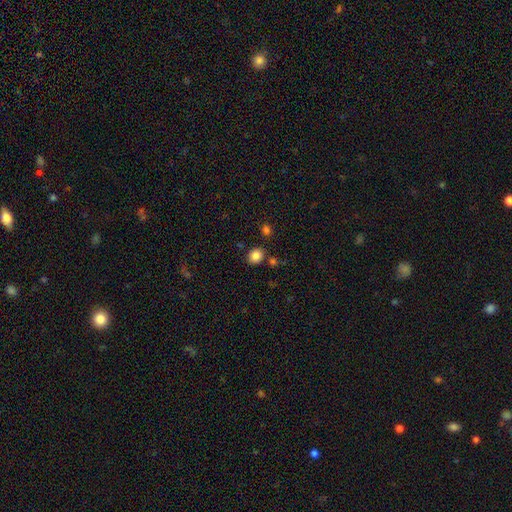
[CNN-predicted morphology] A smooth galaxy with no disk features (85%) that is round (67%). Merging: none (82%).